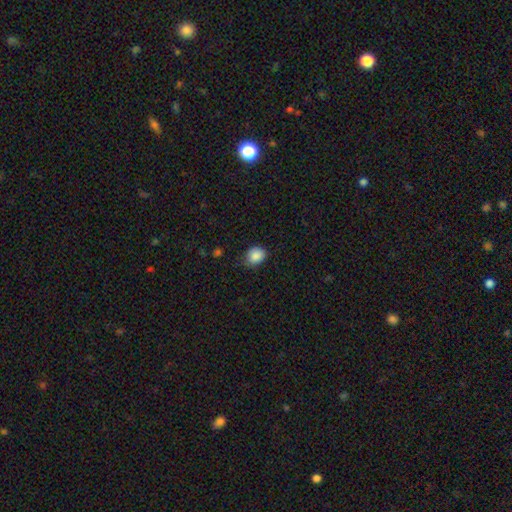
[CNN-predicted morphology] A smooth galaxy with no disk features (87%) that is in between round and cigar-shaped (51%). Merging: none (70%).